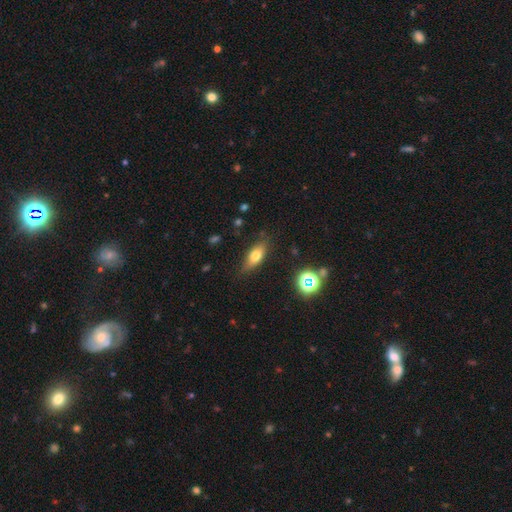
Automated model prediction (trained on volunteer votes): Morphology: type=smooth (68%); roundness=in between (74%); merging=none (78%).